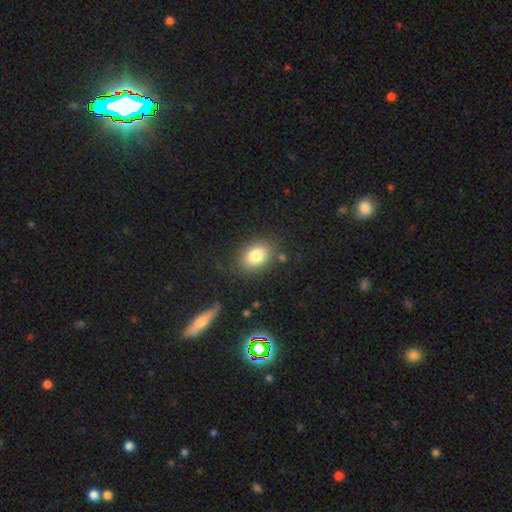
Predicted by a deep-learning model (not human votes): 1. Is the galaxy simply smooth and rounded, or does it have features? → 82% smooth, 9% featured or disk, 9% star or artifact.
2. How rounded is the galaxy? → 76% in between, 22% round, 1% cigar-shaped.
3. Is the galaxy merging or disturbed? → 80% none, 12% minor disturbance, 4% major disturbance, 3% merger.